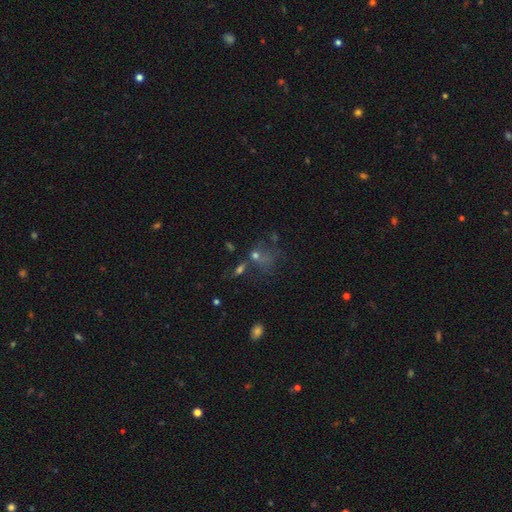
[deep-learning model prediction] Smooth or featured? Predicted: star or artifact (p=0.43).